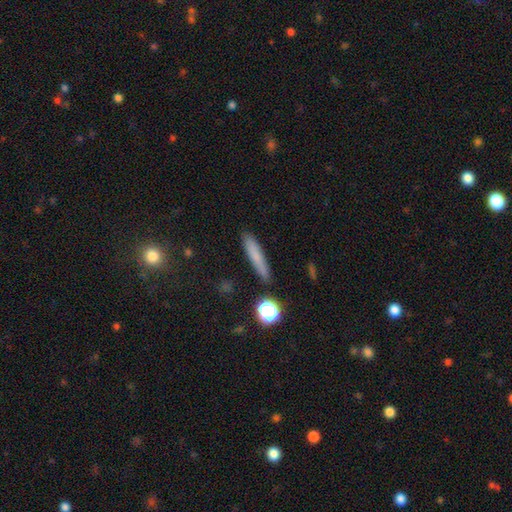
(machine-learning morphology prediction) A smooth galaxy with no disk features (73%) that is cigar-shaped (87%).

Vote fractions:
- Smooth or featured? smooth: 73% / featured or disk: 16% / star or artifact: 11%
- How rounded? cigar-shaped: 87% / in between: 9% / round: 3%
- Merging? none: 87% / minor disturbance: 8% / major disturbance: 2% / merger: 2%